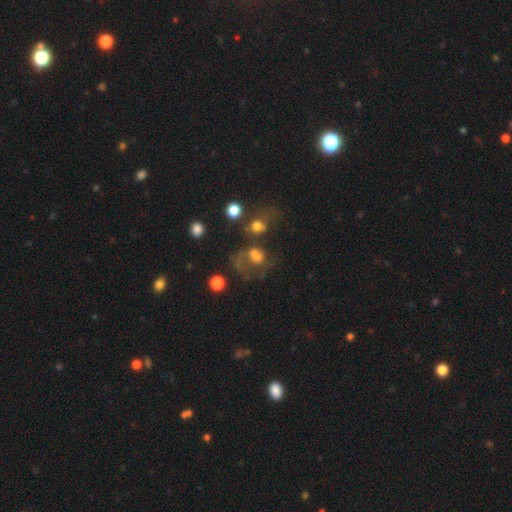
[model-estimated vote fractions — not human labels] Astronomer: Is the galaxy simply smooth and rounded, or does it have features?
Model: smooth — 53% (runner-up: featured or disk, 29%).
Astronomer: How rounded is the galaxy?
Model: round — 57% (runner-up: in between, 41%).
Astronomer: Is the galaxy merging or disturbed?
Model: major disturbance — 33% (runner-up: none, 27%).